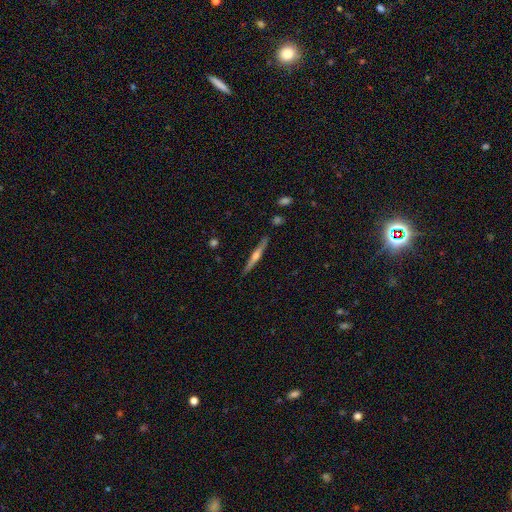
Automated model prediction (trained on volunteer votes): This appears to be a featured or disk galaxy (72%) viewed edge-on (98%) with a rounded central bulge (86%). Merging: none (90%).